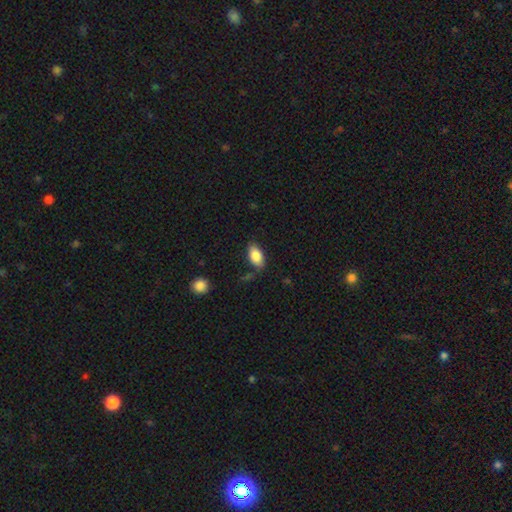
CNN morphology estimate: Smooth or featured? Predicted: smooth (p=0.85). How rounded? Predicted: in between (p=0.92). Merging? Predicted: none (p=0.79).